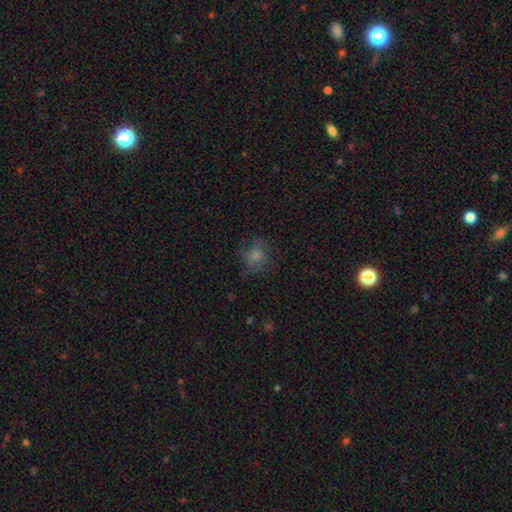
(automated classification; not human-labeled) Smooth or featured? Predicted: smooth (p=0.75). How rounded? Predicted: round (p=0.84). Merging? Predicted: none (p=0.72).